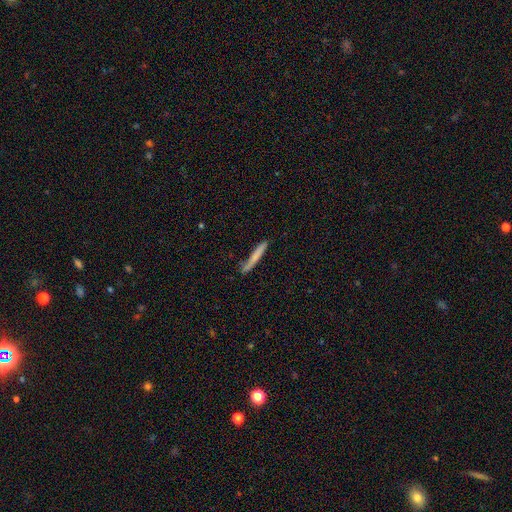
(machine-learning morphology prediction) smooth_or_featured: smooth (p=0.71) [alt: featured or disk p=0.23]
how_rounded: cigar-shaped (p=0.96) [alt: in between p=0.03]
merging: none (p=0.78) [alt: minor disturbance p=0.16]